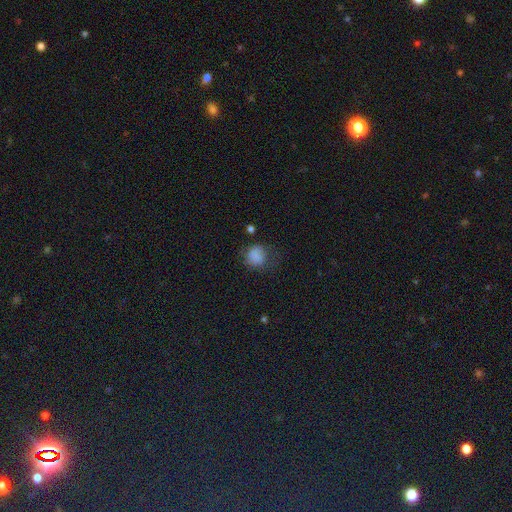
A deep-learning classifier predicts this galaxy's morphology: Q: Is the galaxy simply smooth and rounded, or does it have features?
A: smooth — 80%.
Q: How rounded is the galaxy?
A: round — 71%.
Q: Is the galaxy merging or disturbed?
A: none — 51%.